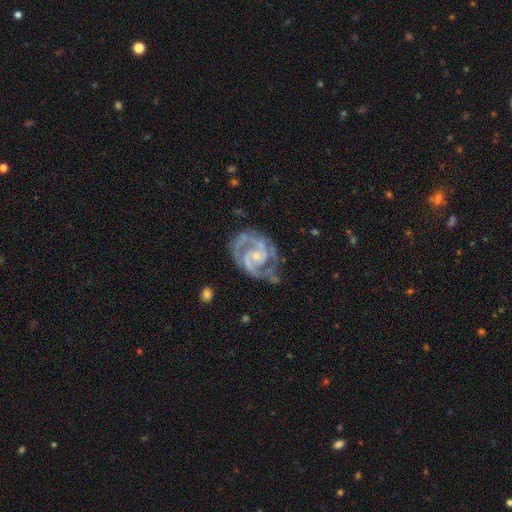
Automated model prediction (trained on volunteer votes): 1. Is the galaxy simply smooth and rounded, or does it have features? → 92% featured or disk, 4% star or artifact, 4% smooth.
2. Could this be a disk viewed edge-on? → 98% no, 2% yes.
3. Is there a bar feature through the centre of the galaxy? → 58% no, 32% weak, 10% strong.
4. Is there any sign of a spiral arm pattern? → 98% yes, 2% no.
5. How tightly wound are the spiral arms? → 50% tight, 44% medium, 6% loose.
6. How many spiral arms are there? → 79% 2, 10% 3, 4% can't tell, 2% 1, 2% 4, 2% more than 4.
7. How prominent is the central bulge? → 67% small, 25% moderate, 5% none, 2% large, 1% dominant.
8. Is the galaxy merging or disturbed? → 67% none, 21% minor disturbance, 10% major disturbance, 2% merger.